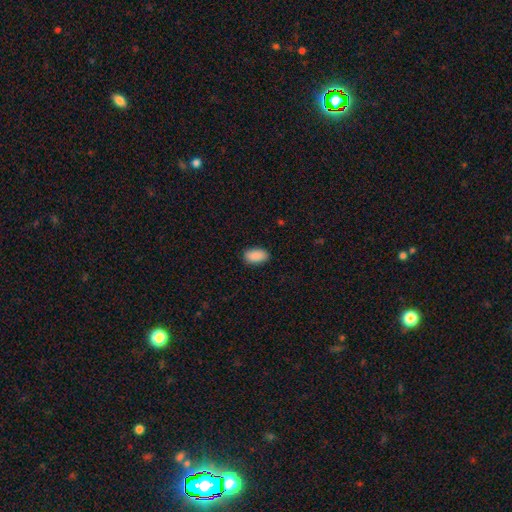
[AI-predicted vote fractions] Smooth or featured? smooth (91%)
How rounded? in between (94%)
Merging? none (88%)